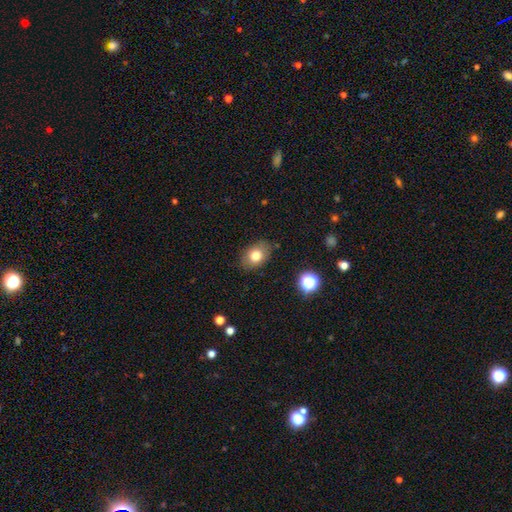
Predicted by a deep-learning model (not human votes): Smooth or featured? smooth (78%)
How rounded? in between (68%)
Merging? none (82%)